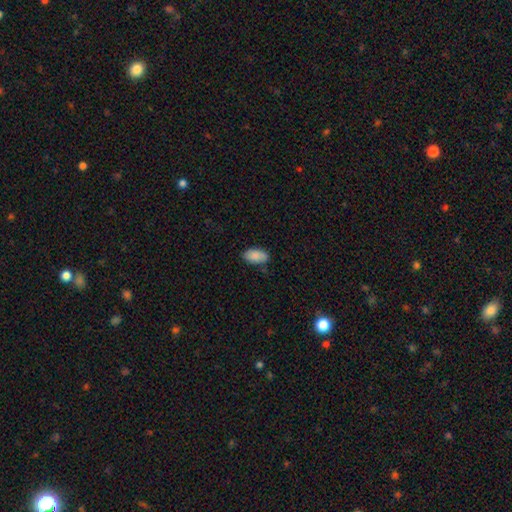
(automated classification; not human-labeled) Q: Smooth or featured?
A: smooth (89%); runner-up: star or artifact (7%)
Q: How rounded?
A: in between (94%); runner-up: cigar-shaped (4%)
Q: Merging?
A: none (83%); runner-up: minor disturbance (13%)